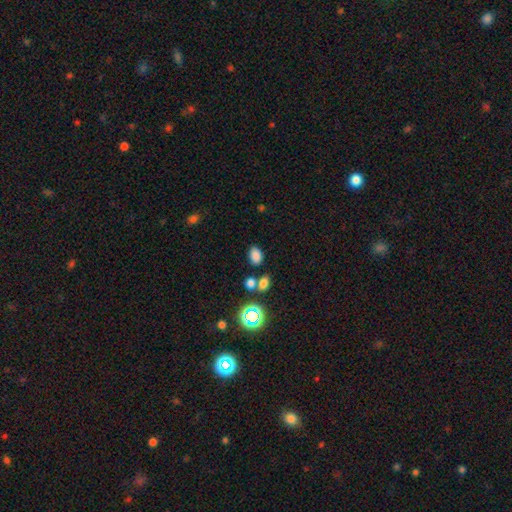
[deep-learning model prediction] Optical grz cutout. It shows a smooth galaxy with no disk features (78%) that is in between round and cigar-shaped (82%). Merging: none (73%).